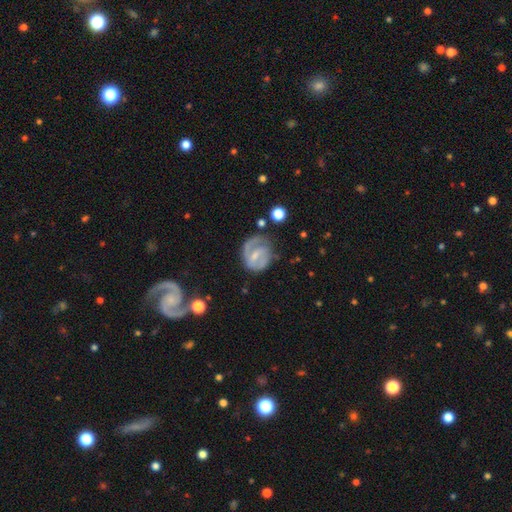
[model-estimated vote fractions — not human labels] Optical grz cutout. It shows a featured or disk galaxy (68%) with a weak bar (52%), 2 (46%) medium (41%) spiral arms (80%) and a small central bulge (54%). Merging: none (50%).